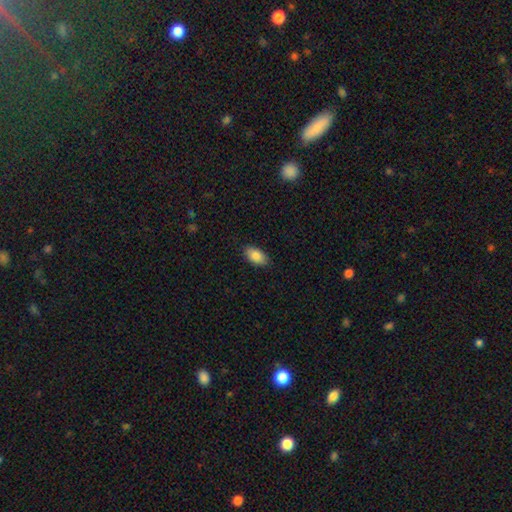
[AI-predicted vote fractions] This appears to be a smooth galaxy with no disk features (85%) that is in between round and cigar-shaped (93%). Merging: none (87%).